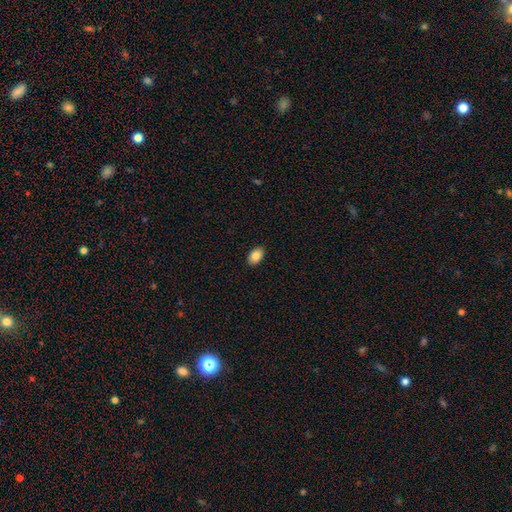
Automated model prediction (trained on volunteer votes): A smooth galaxy with no disk features (86%) that is in between round and cigar-shaped (88%).

Vote fractions:
- Smooth or featured? smooth: 86% / star or artifact: 8% / featured or disk: 6%
- How rounded? in between: 88% / round: 11% / cigar-shaped: 1%
- Merging? none: 89% / minor disturbance: 8% / major disturbance: 2% / merger: 1%